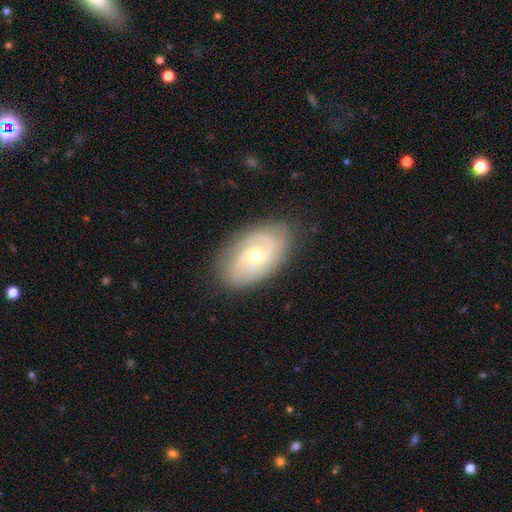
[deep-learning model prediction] This is clearly a featured or disk galaxy (84%). It is clearly not viewed edge-on (96%). Bar: possibly no (51%). Spiral arm pattern: clearly yes (96%). Spiral arm count: possibly 2 (58%). Spiral winding: possibly tight (46%). Central bulge: possibly moderate (53%). Merging: clearly none (81%).